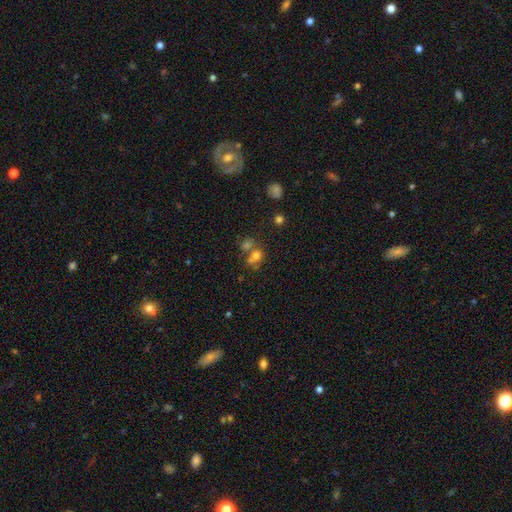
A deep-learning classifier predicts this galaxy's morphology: smooth-or-featured: smooth: 67% | star or artifact: 17% | featured or disk: 16%
  how-rounded: round: 60% | in between: 38% | cigar-shaped: 1%
  merging: merger: 46% | none: 37% | minor disturbance: 10% | major disturbance: 7%